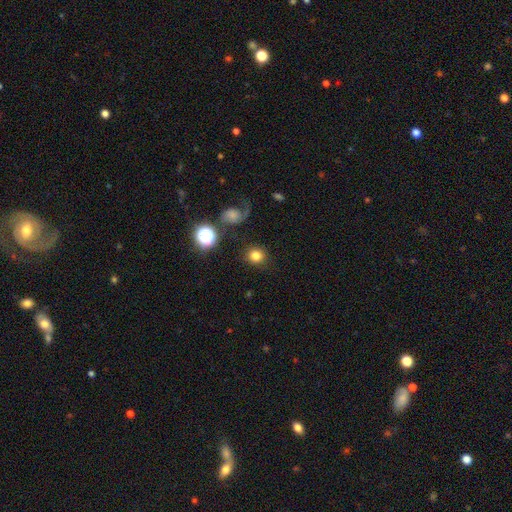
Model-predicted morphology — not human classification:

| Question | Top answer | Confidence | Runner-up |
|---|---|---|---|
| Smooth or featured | smooth | 78% | star or artifact (13%) |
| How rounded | round | 87% | in between (12%) |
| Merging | none | 85% | minor disturbance (7%) |